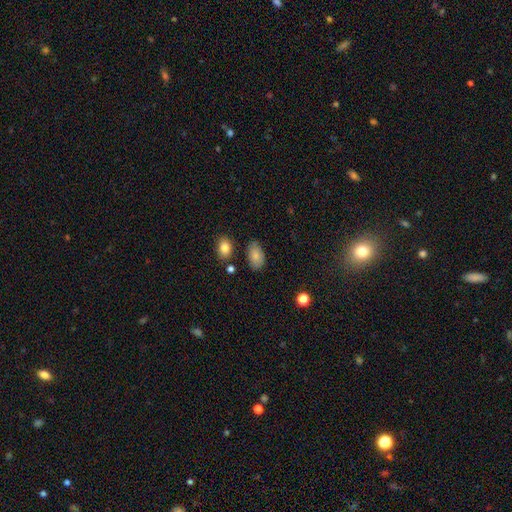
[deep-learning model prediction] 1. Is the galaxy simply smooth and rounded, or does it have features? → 83% smooth, 9% featured or disk, 8% star or artifact.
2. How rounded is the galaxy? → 92% in between, 7% round, 1% cigar-shaped.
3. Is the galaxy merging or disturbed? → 75% none, 18% minor disturbance, 4% merger, 4% major disturbance.